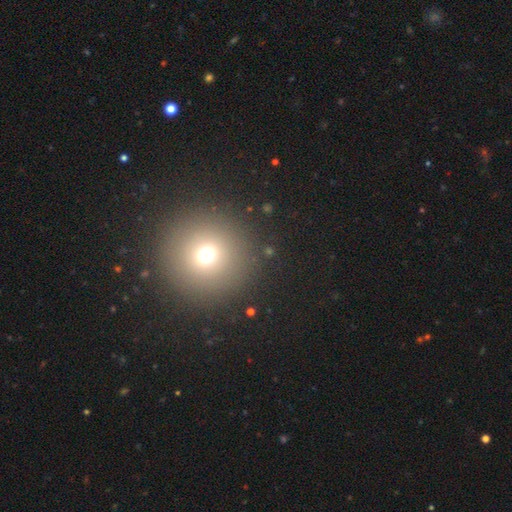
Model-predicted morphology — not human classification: Smooth or featured: smooth — 65% (star or artifact — 25%)
How rounded: round — 95% (in between — 4%)
Merging: none — 92% (minor disturbance — 5%)